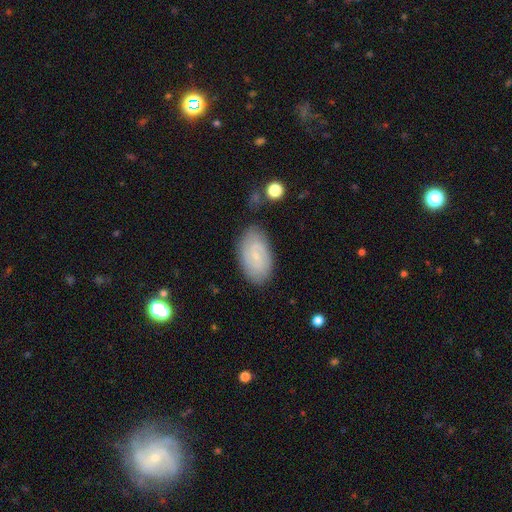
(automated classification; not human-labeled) Smooth or featured? featured or disk (59%)
Edge-on disk? no (95%)
Bar? weak (50%)
Spiral arms? yes (85%)
Bulge size? small (76%)
Merging? none (78%)